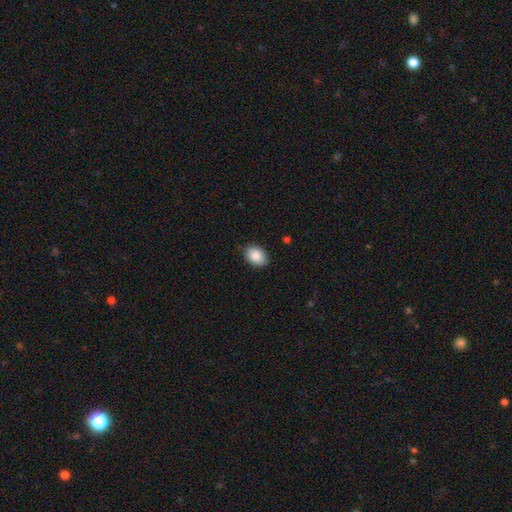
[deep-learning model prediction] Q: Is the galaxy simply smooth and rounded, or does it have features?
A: smooth — 87%.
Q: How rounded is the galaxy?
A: in between — 77%.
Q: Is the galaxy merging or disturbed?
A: none — 88%.